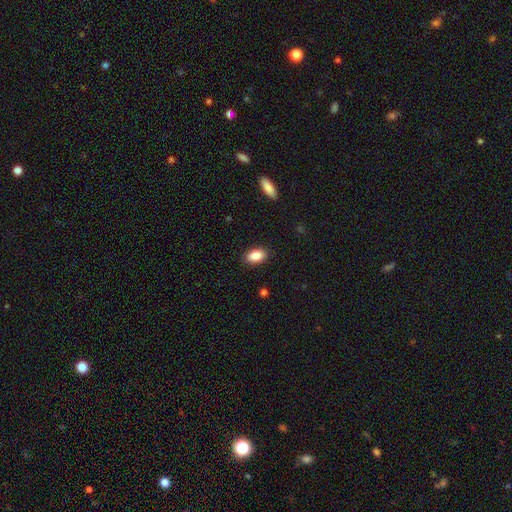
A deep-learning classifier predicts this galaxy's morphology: smooth-or-featured: smooth: 87% | star or artifact: 8% | featured or disk: 6%
  how-rounded: in between: 91% | round: 7% | cigar-shaped: 2%
  merging: none: 88% | minor disturbance: 8% | major disturbance: 2% | merger: 1%